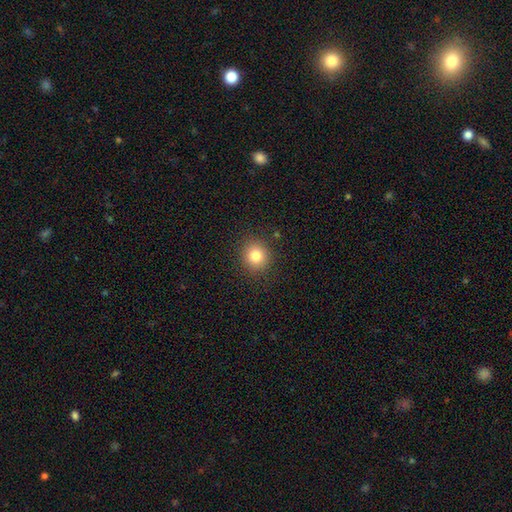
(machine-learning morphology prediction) A smooth galaxy with no disk features (80%) that is round (87%). Merging: none (89%).